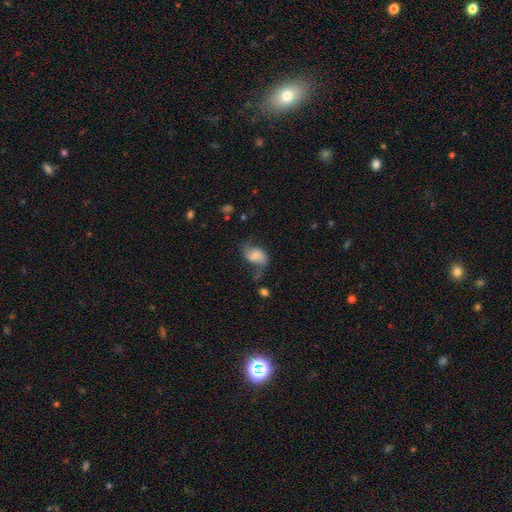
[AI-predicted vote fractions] This appears to be a featured or disk galaxy (52%) with no bar (53%), spiral arms (87%) and a small central bulge (36%). Merging: none (47%).